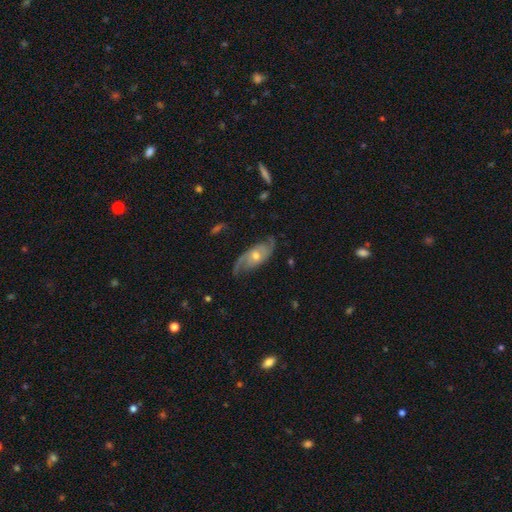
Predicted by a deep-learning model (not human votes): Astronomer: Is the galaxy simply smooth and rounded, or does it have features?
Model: featured or disk — 83%.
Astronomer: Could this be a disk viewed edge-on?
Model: no — 92%.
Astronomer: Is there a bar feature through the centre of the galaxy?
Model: no — 71%.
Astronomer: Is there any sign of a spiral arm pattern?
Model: yes — 95%.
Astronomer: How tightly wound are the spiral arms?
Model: medium — 42% (runner-up: loose, 32%).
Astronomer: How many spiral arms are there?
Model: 2 — 81%.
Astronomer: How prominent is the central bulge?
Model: moderate — 61%.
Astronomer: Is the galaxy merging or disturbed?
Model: none — 71%.